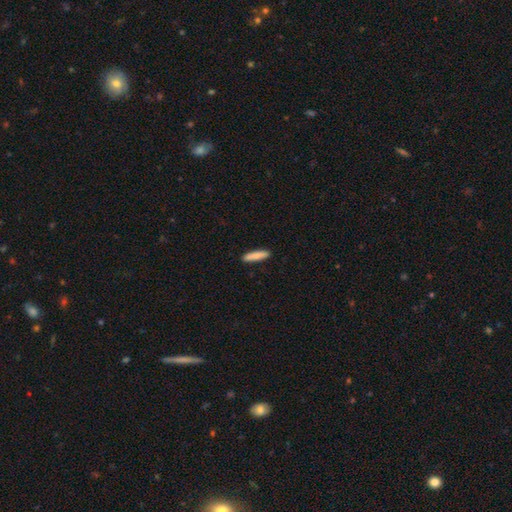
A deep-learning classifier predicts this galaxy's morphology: smooth 87%, featured or disk 7%, star or artifact 6%. Down the decision tree: how rounded — cigar-shaped (82%); merging — none (91%).